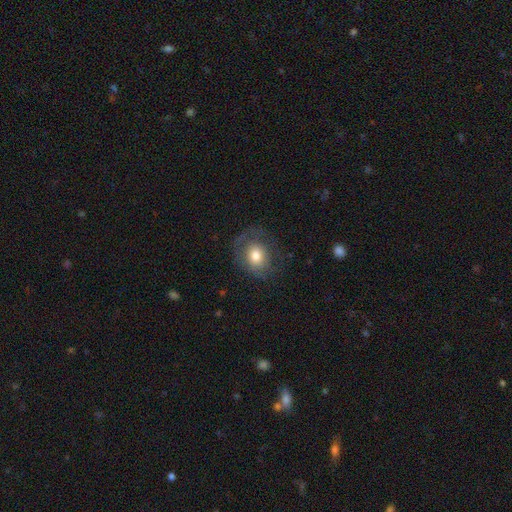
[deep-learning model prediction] This appears to be a smooth galaxy with no disk features (65%) that is round (65%). Merging: none (62%).